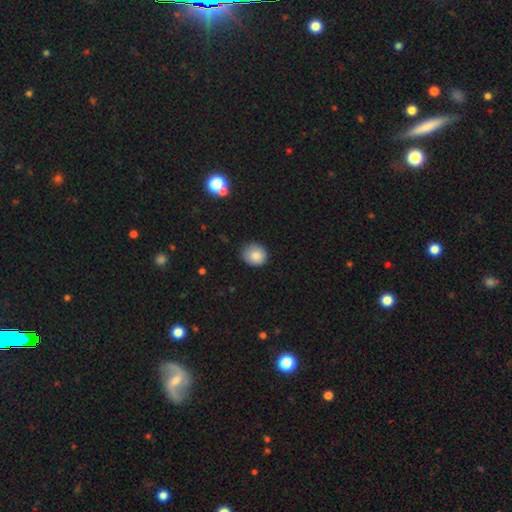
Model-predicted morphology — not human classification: The model was most divided on "how rounded": round: 81%, in between: 18%, cigar-shaped: 1%. More confident: smooth or featured — smooth (84%); merging — none (80%).